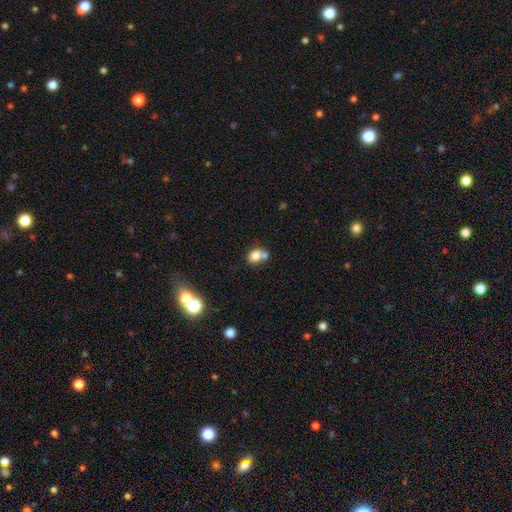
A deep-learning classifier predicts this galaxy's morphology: This is likely a smooth galaxy (78%). How rounded: possibly round (55%). Merging: marginally none (44%).